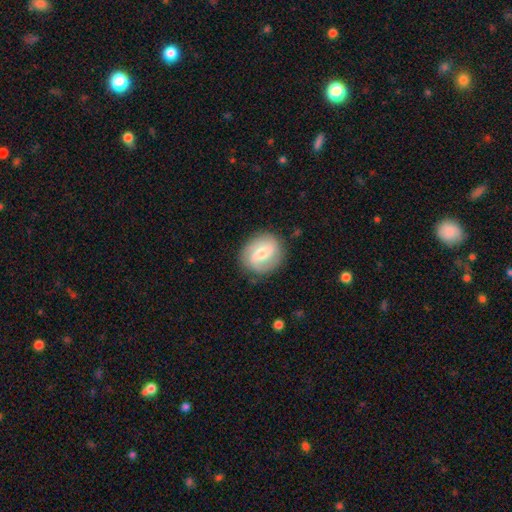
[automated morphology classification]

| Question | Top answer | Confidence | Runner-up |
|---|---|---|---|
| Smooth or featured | featured or disk | 60% | smooth (33%) |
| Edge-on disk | no | 96% | yes (4%) |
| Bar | weak | 50% | no (26%) |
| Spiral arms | yes | 85% | no (15%) |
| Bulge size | moderate | 59% | small (31%) |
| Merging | none | 83% | minor disturbance (12%) |